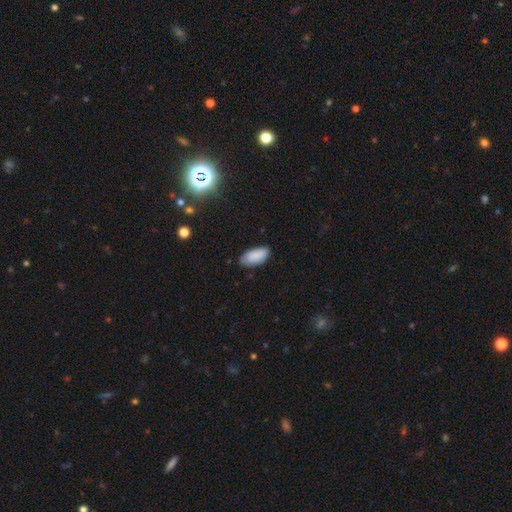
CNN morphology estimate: type=smooth (87%); roundness=in between (92%); merging=none (73%).